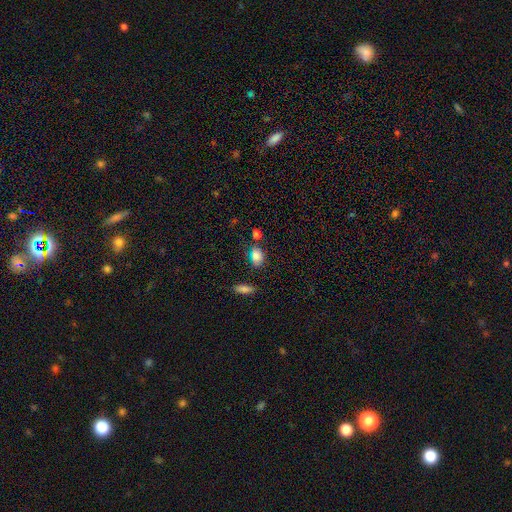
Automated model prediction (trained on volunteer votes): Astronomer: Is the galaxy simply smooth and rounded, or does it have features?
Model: smooth — 81%.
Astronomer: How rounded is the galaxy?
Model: in between — 74%.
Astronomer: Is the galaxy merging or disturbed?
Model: none — 65%.